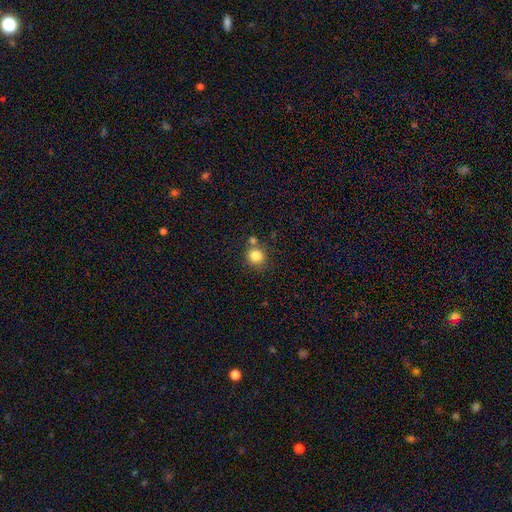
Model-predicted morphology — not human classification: Q: Smooth or featured?
A: smooth (83%); runner-up: star or artifact (11%)
Q: How rounded?
A: round (88%); runner-up: in between (11%)
Q: Merging?
A: none (67%); runner-up: merger (18%)